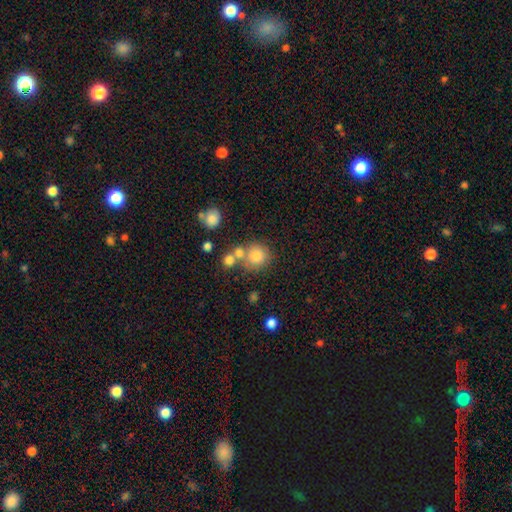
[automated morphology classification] Smooth or featured?
  - smooth: 76% *
  - star or artifact: 13%
  - featured or disk: 11%
How rounded?
  - round: 88% *
  - in between: 11%
  - cigar-shaped: 1%
Merging?
  - none: 58% *
  - merger: 27%
  - minor disturbance: 11%
  - major disturbance: 5%